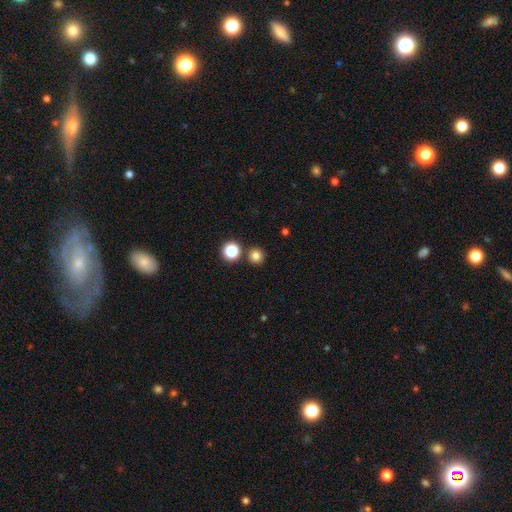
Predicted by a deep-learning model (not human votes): The model was most divided on "smooth or featured": smooth: 79%, star or artifact: 16%, featured or disk: 5%. More confident: how rounded — round (94%); merging — none (86%).